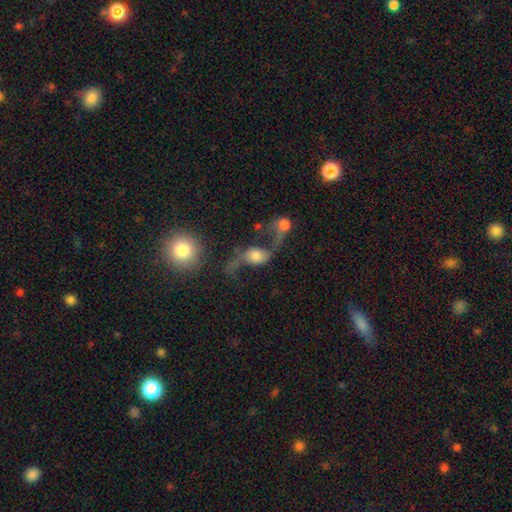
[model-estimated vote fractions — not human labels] This is likely a featured or disk galaxy (65%). It is clearly not viewed edge-on (92%). Bar: likely no (61%). Spiral arm pattern: clearly yes (85%). Spiral arm count: clearly 2 (90%). Spiral winding: clearly loose (92%). Central bulge: marginally moderate (37%). Merging: marginally merger (34%).